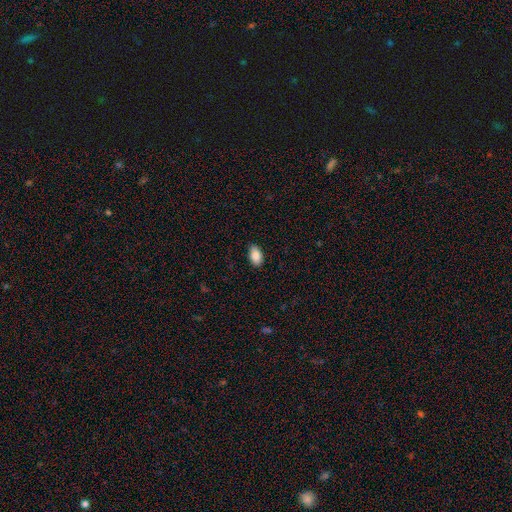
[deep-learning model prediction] A smooth galaxy with no disk features (87%) that is in between round and cigar-shaped (93%).

Vote fractions:
- Smooth or featured? smooth: 87% / star or artifact: 7% / featured or disk: 6%
- How rounded? in between: 93% / round: 6% / cigar-shaped: 2%
- Merging? none: 88% / minor disturbance: 9% / major disturbance: 2% / merger: 1%